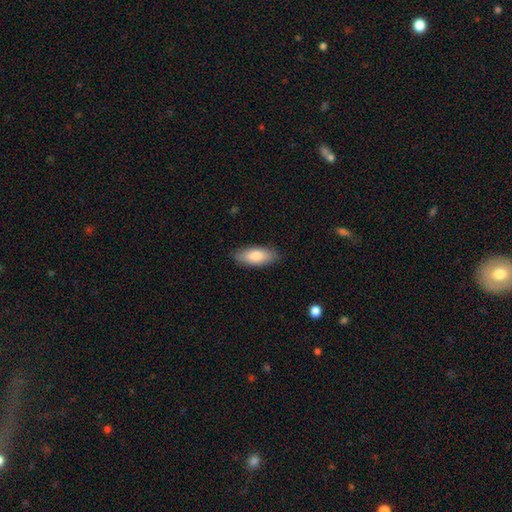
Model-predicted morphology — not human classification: smooth-or-featured: smooth: 82% | featured or disk: 13% | star or artifact: 6%
  how-rounded: in between: 82% | cigar-shaped: 16% | round: 2%
  merging: none: 86% | minor disturbance: 11% | major disturbance: 2% | merger: 1%